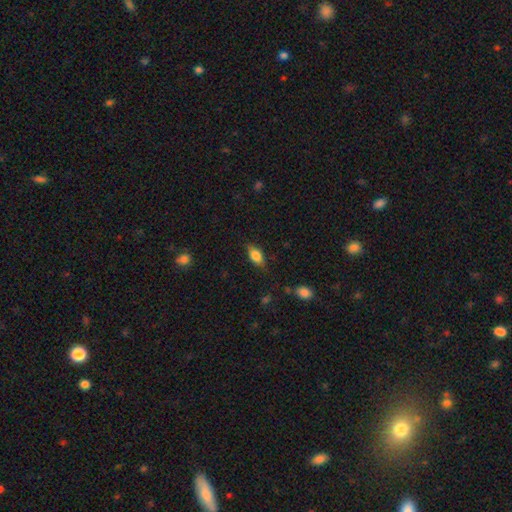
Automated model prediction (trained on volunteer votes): Smooth or featured? Predicted: smooth (p=0.77). How rounded? Predicted: in between (p=0.85). Merging? Predicted: none (p=0.79).